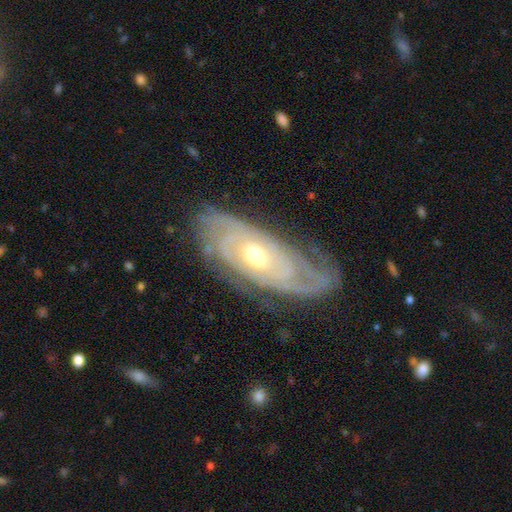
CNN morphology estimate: Q: Smooth or featured?
A: featured or disk (86%); runner-up: smooth (10%)
Q: Edge-on disk?
A: no (91%); runner-up: yes (9%)
Q: Bar?
A: no (71%); runner-up: weak (22%)
Q: Spiral arms?
A: yes (92%); runner-up: no (8%)
Q: Spiral winding?
A: tight (70%); runner-up: medium (22%)
Q: Spiral arm count?
A: 2 (41%); runner-up: can't tell (32%)
Q: Bulge size?
A: moderate (68%); runner-up: small (25%)
Q: Merging?
A: none (72%); runner-up: minor disturbance (18%)